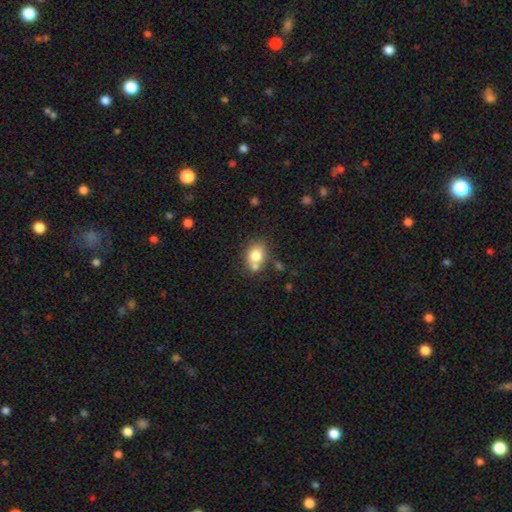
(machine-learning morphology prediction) smooth 78%, featured or disk 12%, star or artifact 10%. Down the decision tree: how rounded — round (51%); merging — none (57%).